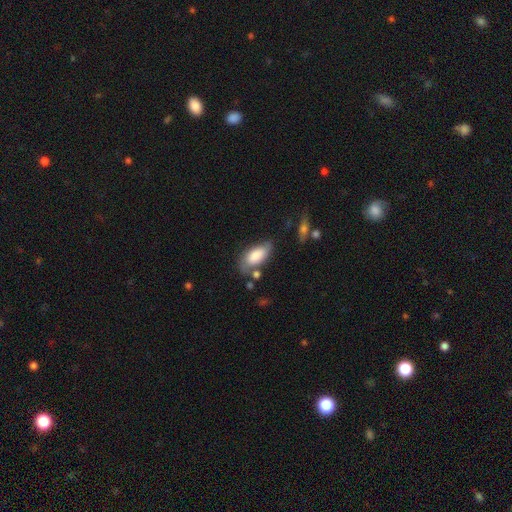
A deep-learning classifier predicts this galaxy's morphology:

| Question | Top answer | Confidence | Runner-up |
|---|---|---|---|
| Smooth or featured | smooth | 77% | featured or disk (17%) |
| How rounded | in between | 90% | cigar-shaped (7%) |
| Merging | none | 53% | minor disturbance (28%) |